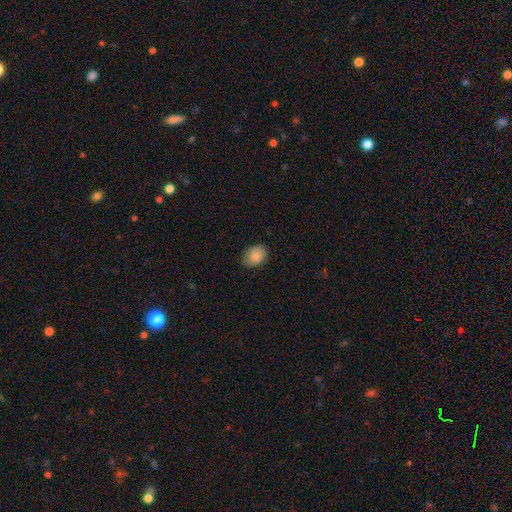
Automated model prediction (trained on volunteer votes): Morphology: type=smooth (86%); roundness=in between (73%); merging=none (81%).